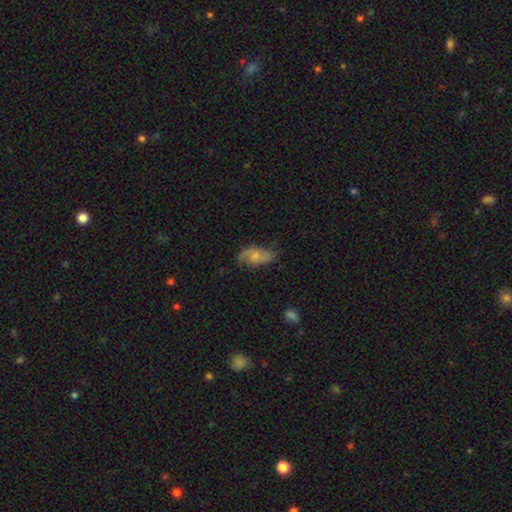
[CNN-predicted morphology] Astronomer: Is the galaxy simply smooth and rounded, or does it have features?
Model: featured or disk — 47% (runner-up: smooth, 45%).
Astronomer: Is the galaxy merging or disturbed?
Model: none — 57%.